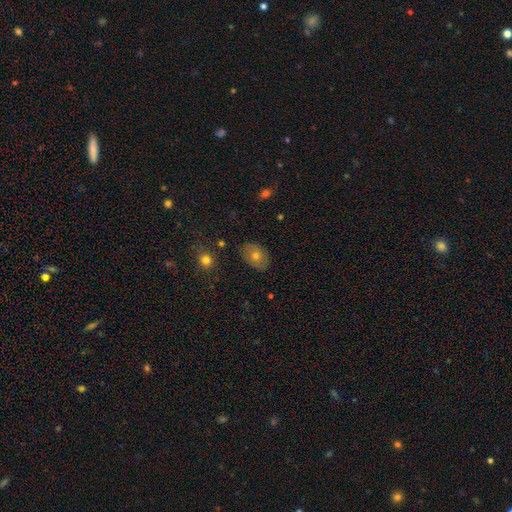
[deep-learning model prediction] This is likely a smooth galaxy (66%). How rounded: likely in between (79%). Merging: clearly none (82%).